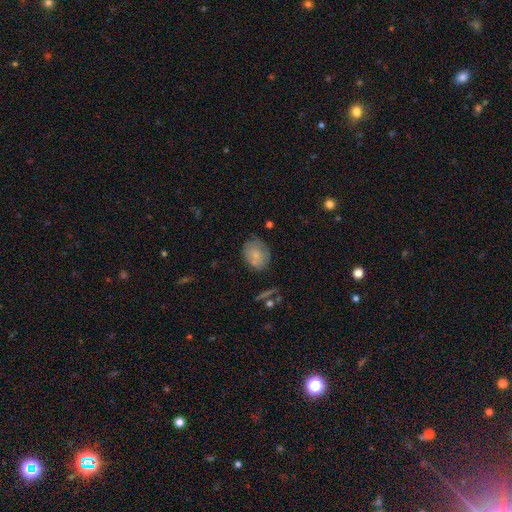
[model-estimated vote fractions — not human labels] Overall: smooth (72%). How rounded: in between (55%; round 44%). Merging: none (62%; minor disturbance 24%).